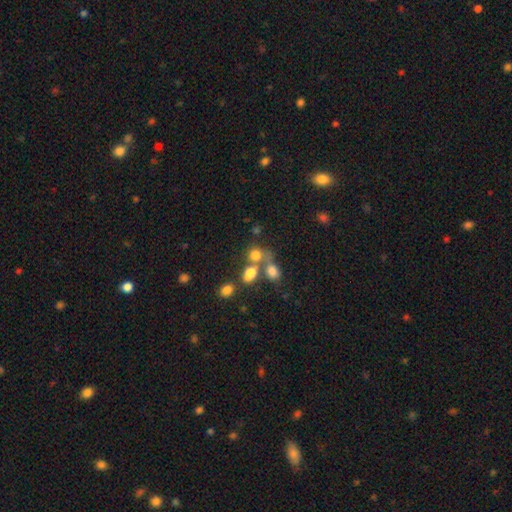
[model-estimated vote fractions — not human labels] smooth_or_featured: smooth (p=0.73) [alt: star or artifact p=0.15]
how_rounded: round (p=0.63) [alt: in between p=0.35]
merging: merger (p=0.43) [alt: none p=0.40]